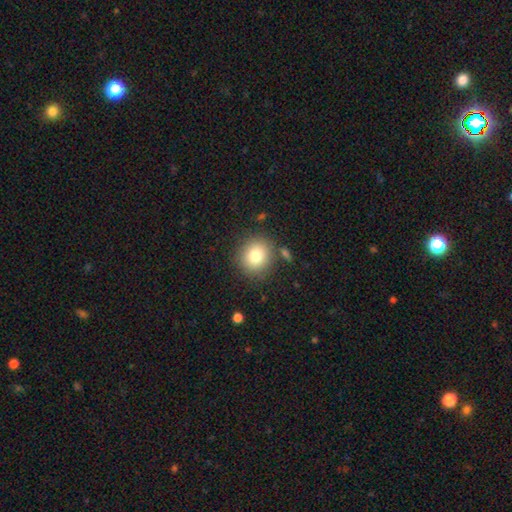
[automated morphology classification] smooth-or-featured: smooth: 79% | star or artifact: 11% | featured or disk: 10%
  how-rounded: round: 85% | in between: 14% | cigar-shaped: 1%
  merging: none: 82% | minor disturbance: 10% | merger: 5% | major disturbance: 4%